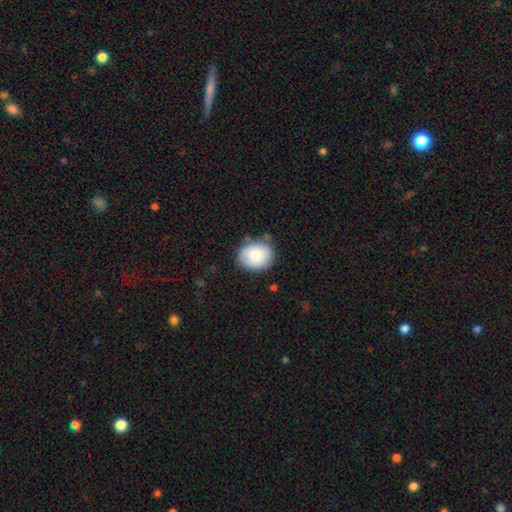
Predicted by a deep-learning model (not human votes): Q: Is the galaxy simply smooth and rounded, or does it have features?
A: smooth — 84%.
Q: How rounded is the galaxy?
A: round — 54%.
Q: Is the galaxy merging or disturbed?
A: none — 76%.